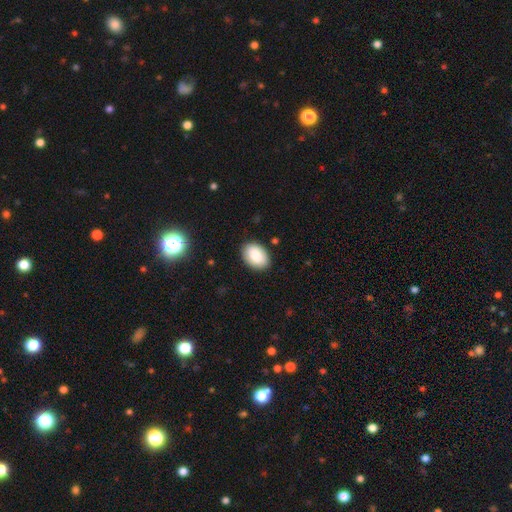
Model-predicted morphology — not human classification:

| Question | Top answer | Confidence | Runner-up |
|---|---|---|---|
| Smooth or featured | smooth | 82% | featured or disk (11%) |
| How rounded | in between | 84% | round (15%) |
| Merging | none | 88% | minor disturbance (9%) |